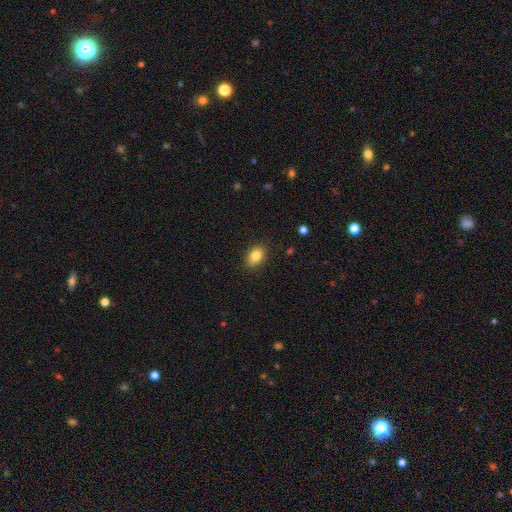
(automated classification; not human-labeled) This appears to be a smooth galaxy with no disk features (83%) that is in between round and cigar-shaped (82%). Merging: none (86%).